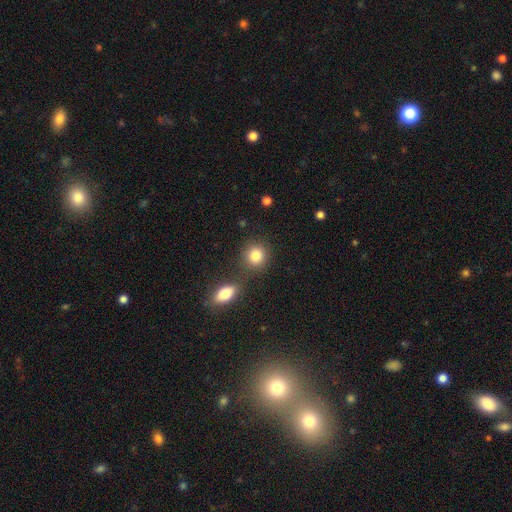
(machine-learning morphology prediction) Smooth or featured? smooth (84%)
How rounded? round (84%)
Merging? none (75%)